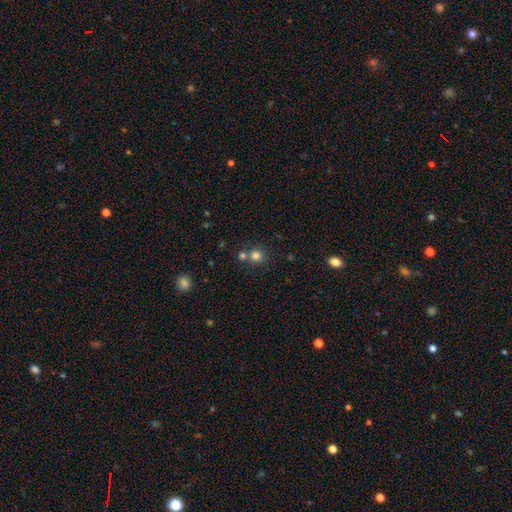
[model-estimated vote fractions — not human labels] Smooth or featured?
  - smooth: 79% *
  - star or artifact: 14%
  - featured or disk: 7%
How rounded?
  - round: 90% *
  - in between: 9%
  - cigar-shaped: 1%
Merging?
  - none: 64% *
  - merger: 26%
  - minor disturbance: 7%
  - major disturbance: 3%